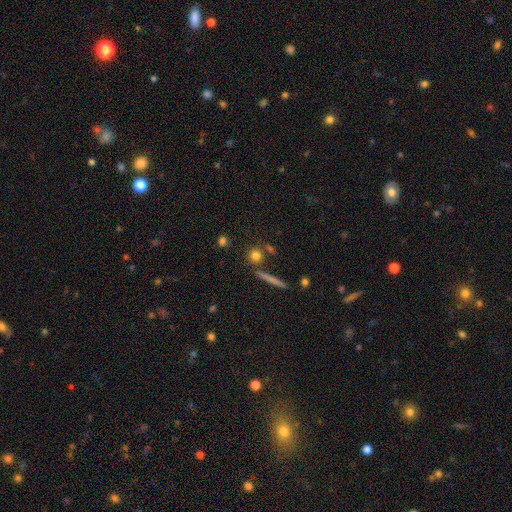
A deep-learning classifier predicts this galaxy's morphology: type=smooth (77%); roundness=round (85%); merging=none (78%).